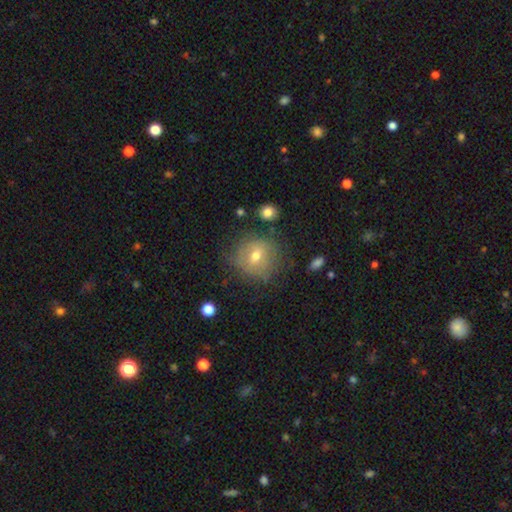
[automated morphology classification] The model was most divided on "smooth or featured": smooth: 55%, featured or disk: 33%, star or artifact: 11%. More confident: how rounded — round (84%); merging — none (69%).